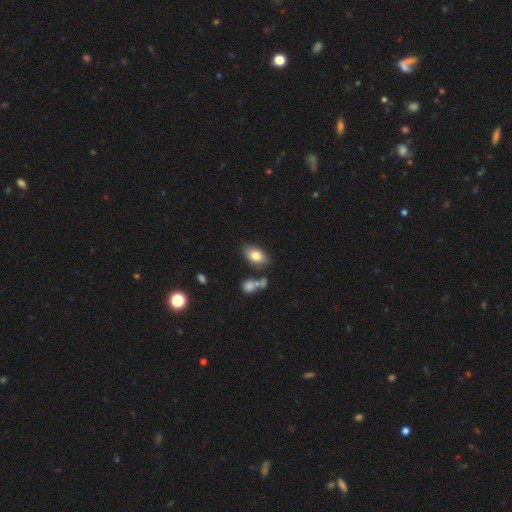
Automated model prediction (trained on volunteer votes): Overall: smooth (79%). How rounded: in between (91%). Merging: none (72%).